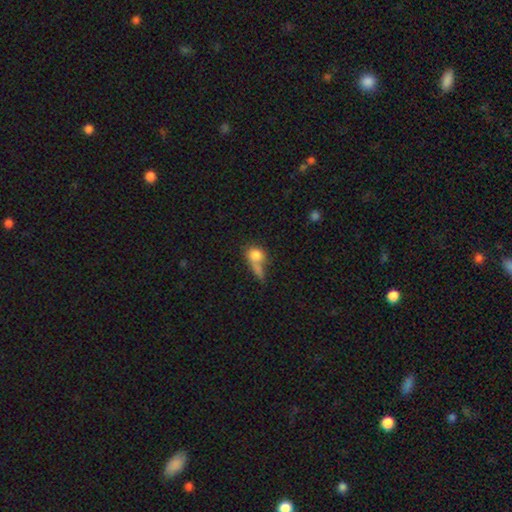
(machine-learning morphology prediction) smooth-or-featured: smooth: 77% | featured or disk: 13% | star or artifact: 10%
  how-rounded: round: 63% | in between: 30% | cigar-shaped: 7%
  merging: merger: 40% | none: 32% | major disturbance: 14% | minor disturbance: 14%